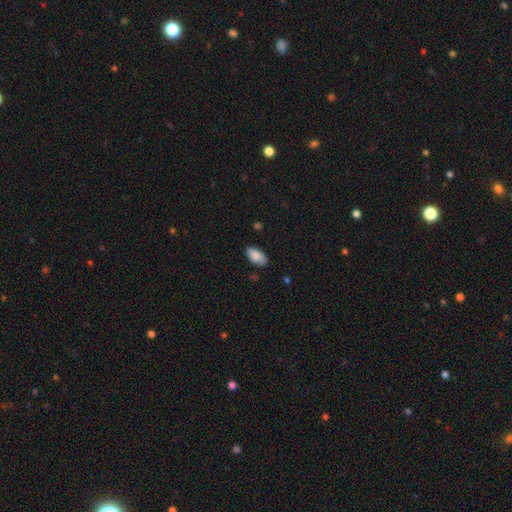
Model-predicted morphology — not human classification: Smooth or featured: smooth — 87% (star or artifact — 6%)
How rounded: in between — 94% (cigar-shaped — 4%)
Merging: none — 83% (minor disturbance — 13%)